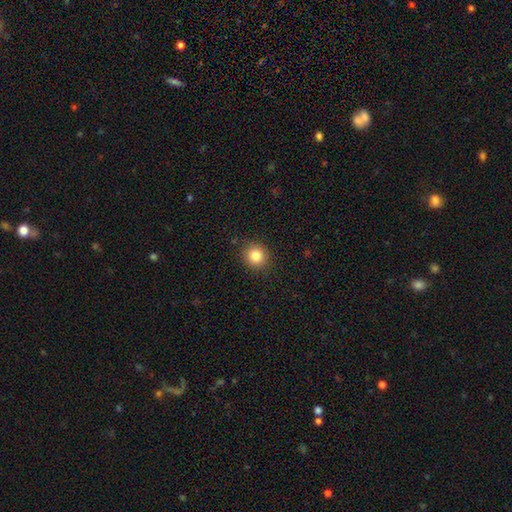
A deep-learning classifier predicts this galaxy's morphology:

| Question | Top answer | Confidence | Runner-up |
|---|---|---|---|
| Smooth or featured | smooth | 82% | star or artifact (11%) |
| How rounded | round | 89% | in between (10%) |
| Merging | none | 89% | minor disturbance (7%) |